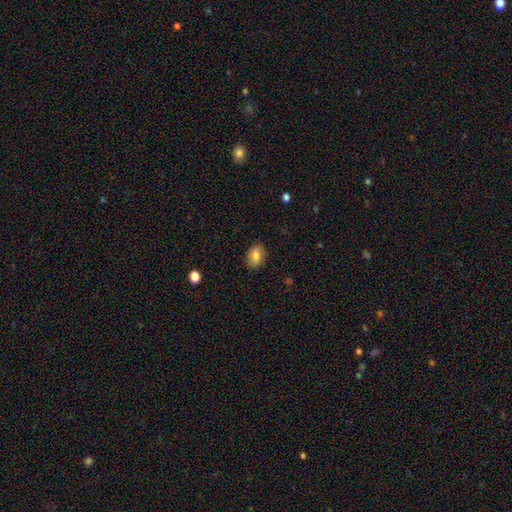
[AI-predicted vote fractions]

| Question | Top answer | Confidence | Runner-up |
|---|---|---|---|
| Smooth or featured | smooth | 79% | featured or disk (13%) |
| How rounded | in between | 79% | round (19%) |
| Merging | none | 85% | minor disturbance (12%) |